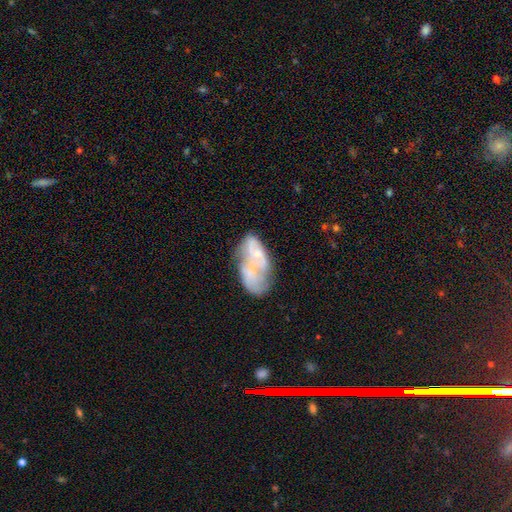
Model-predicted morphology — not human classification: The model was most divided on "merging": none: 31%, major disturbance: 24%, minor disturbance: 23%, merger: 22%. Remaining: edge-on disk — no (97%); bar — no (84%); spiral arms — no (76%); smooth or featured — featured or disk (58%); bulge size — none (45%).